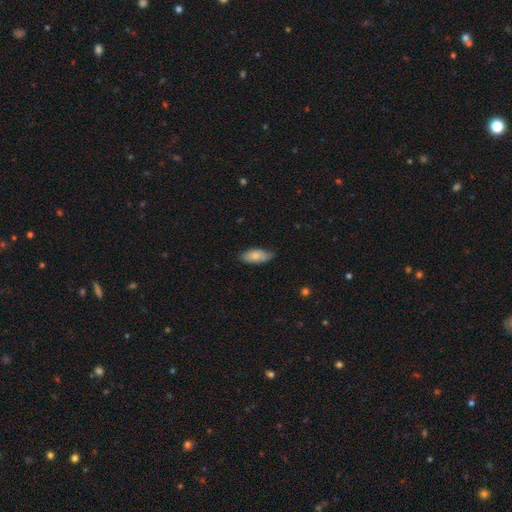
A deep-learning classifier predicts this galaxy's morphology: Overall: smooth (79%). How rounded: in between (86%). Merging: none (72%).